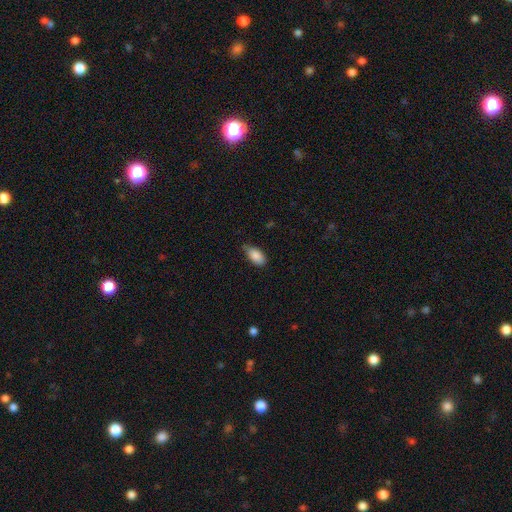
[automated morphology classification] The model was most divided on "merging": none: 69%, minor disturbance: 26%, major disturbance: 4%, merger: 1%. More confident: how rounded — in between (93%); smooth or featured — smooth (87%).